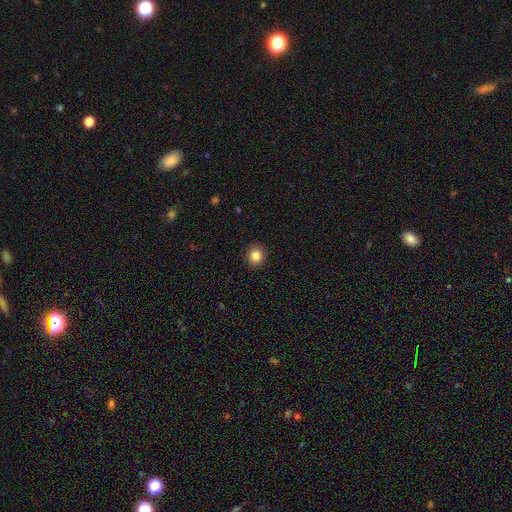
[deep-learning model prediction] smooth-or-featured: smooth: 85% | star or artifact: 10% | featured or disk: 5%
  how-rounded: round: 78% | in between: 21% | cigar-shaped: 1%
  merging: none: 91% | minor disturbance: 6% | major disturbance: 2% | merger: 1%